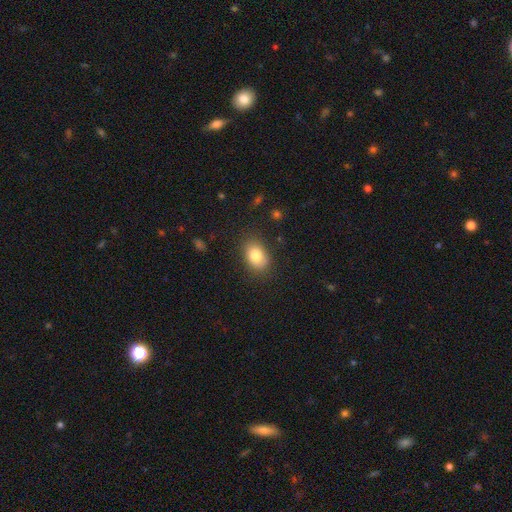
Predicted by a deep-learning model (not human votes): This appears to be a smooth galaxy with no disk features (83%) that is in between round and cigar-shaped (80%). Merging: none (81%).